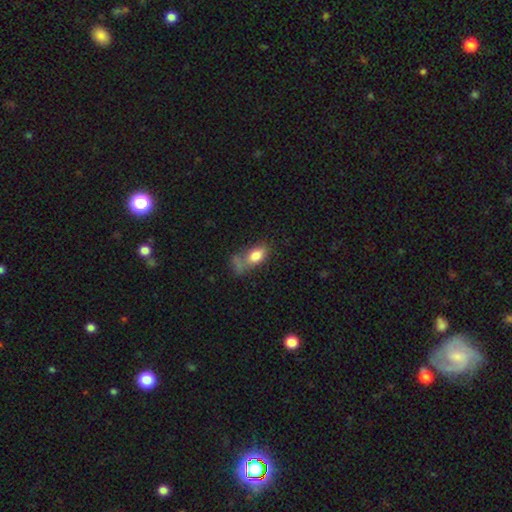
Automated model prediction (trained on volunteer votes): smooth 77%, featured or disk 14%, star or artifact 9%. Down the decision tree: how rounded — in between (84%); merging — none (32%).